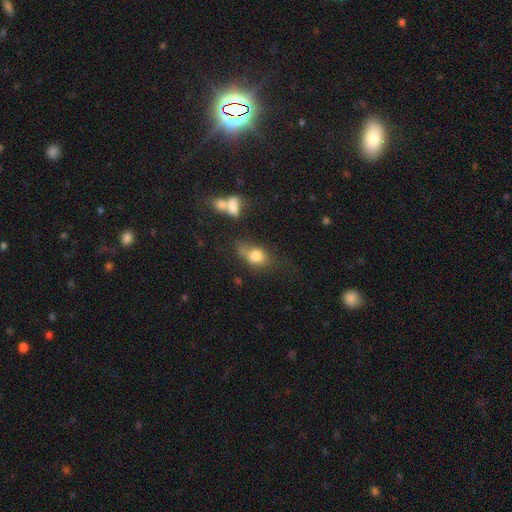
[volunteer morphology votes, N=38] smooth-or-featured: smooth: 79% | featured or disk: 13% | star or artifact: 8%
  how-rounded: in between: 90% | round: 7% | cigar-shaped: 3%
  merging: major disturbance: 43% | minor disturbance: 34% | none: 17% | merger: 6%